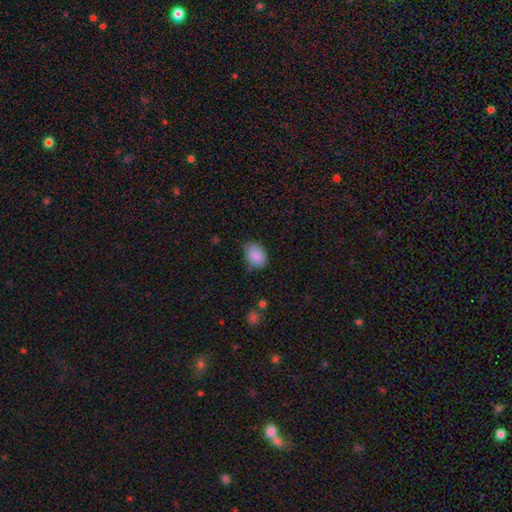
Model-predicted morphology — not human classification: The model was most divided on "merging": none: 75%, minor disturbance: 19%, major disturbance: 4%, merger: 2%. More confident: smooth or featured — smooth (88%); how rounded — in between (79%).